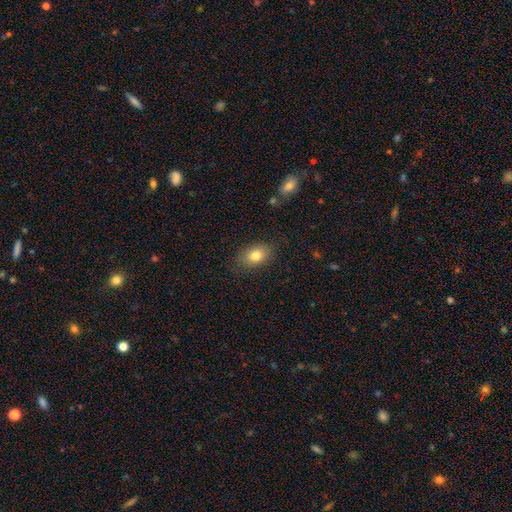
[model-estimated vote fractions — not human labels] A smooth galaxy with no disk features (80%) that is in between round and cigar-shaped (82%).

Vote fractions:
- Smooth or featured? smooth: 80% / featured or disk: 11% / star or artifact: 9%
- How rounded? in between: 82% / round: 17% / cigar-shaped: 2%
- Merging? none: 83% / minor disturbance: 13% / major disturbance: 3% / merger: 1%